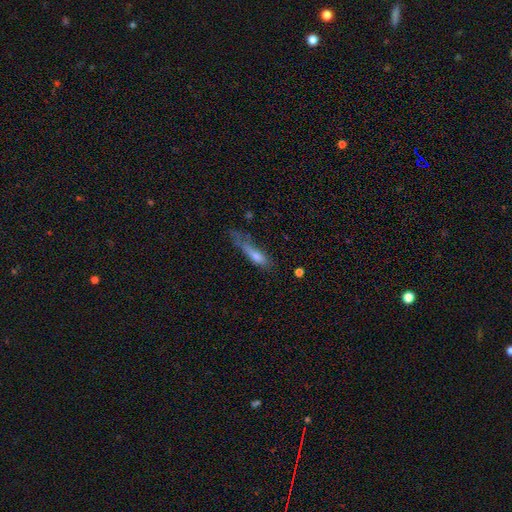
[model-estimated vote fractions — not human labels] This is likely a smooth galaxy (60%). How rounded: likely cigar-shaped (71%). Merging: marginally none (33%).